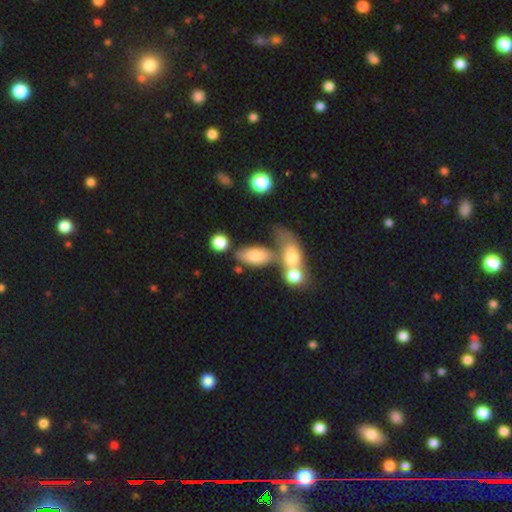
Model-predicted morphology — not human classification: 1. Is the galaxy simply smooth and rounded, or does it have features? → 73% smooth, 19% featured or disk, 8% star or artifact.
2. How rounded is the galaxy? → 88% in between, 7% cigar-shaped, 5% round.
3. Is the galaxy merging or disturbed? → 38% none, 36% merger, 16% minor disturbance, 10% major disturbance.